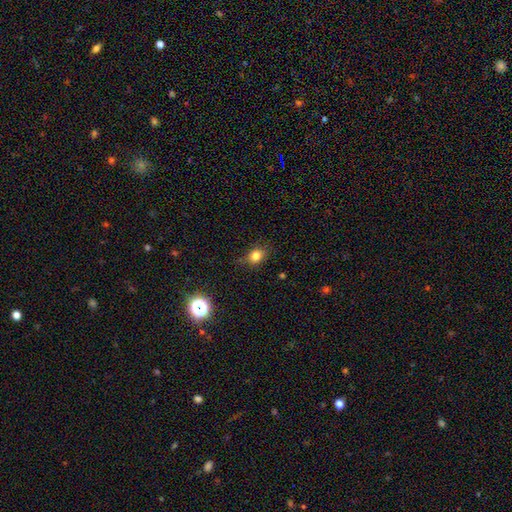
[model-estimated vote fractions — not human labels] The model was most divided on "how rounded": round: 52%, in between: 46%, cigar-shaped: 2%. More confident: smooth or featured — smooth (79%); merging — none (77%).